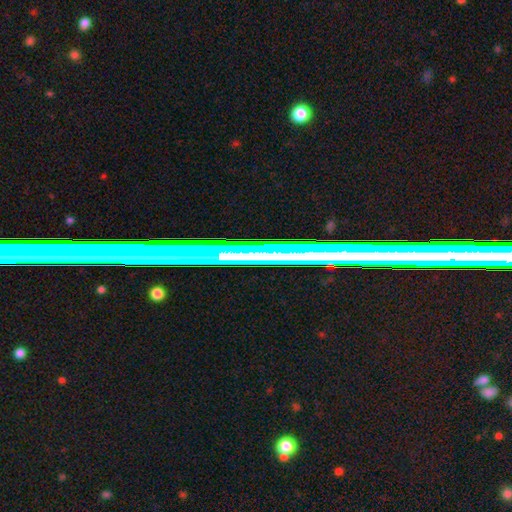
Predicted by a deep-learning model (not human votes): A star or artifact, not a galaxy (71%).